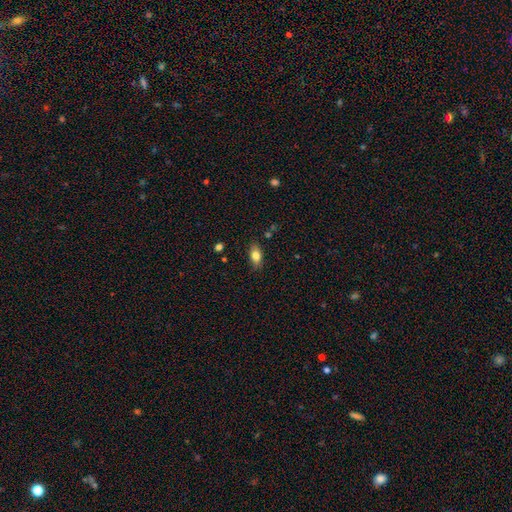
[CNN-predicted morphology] Q: Smooth or featured?
A: smooth (79%); runner-up: featured or disk (13%)
Q: How rounded?
A: in between (87%); runner-up: cigar-shaped (7%)
Q: Merging?
A: none (84%); runner-up: minor disturbance (12%)